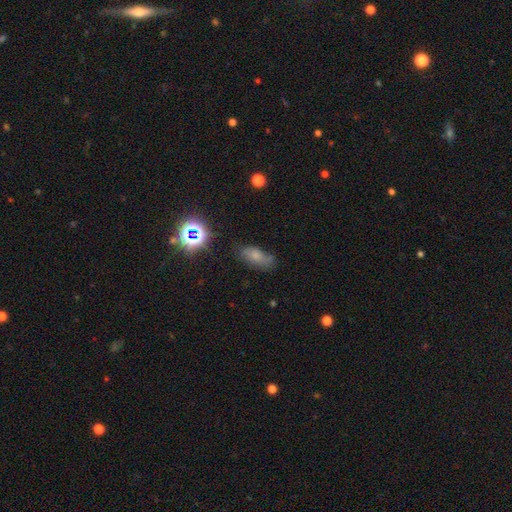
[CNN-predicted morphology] type=smooth (60%); roundness=in between (82%); merging=none (59%).